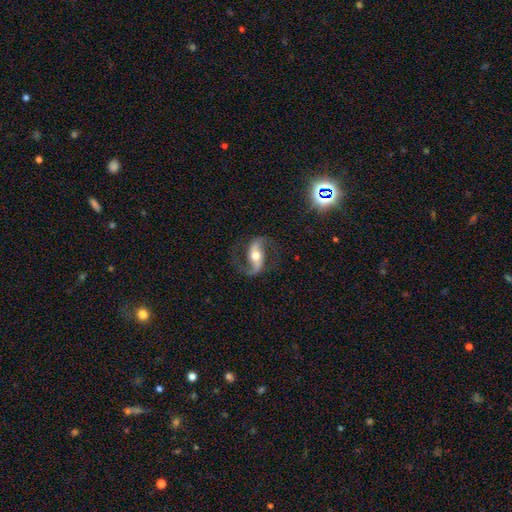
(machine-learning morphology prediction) This appears to be a featured or disk galaxy (89%) with a strong bar (41%), 2 (93%) loose (57%) spiral arms (97%) and a moderate central bulge (72%). Merging: none (78%).